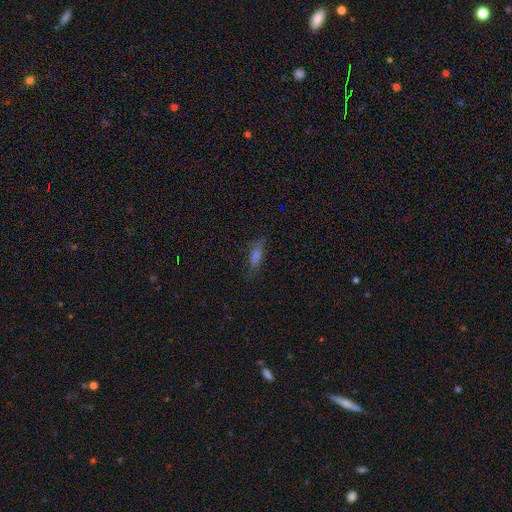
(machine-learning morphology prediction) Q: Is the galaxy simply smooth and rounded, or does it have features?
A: smooth — 59%.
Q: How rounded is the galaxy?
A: cigar-shaped — 54%.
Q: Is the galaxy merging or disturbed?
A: none — 75%.